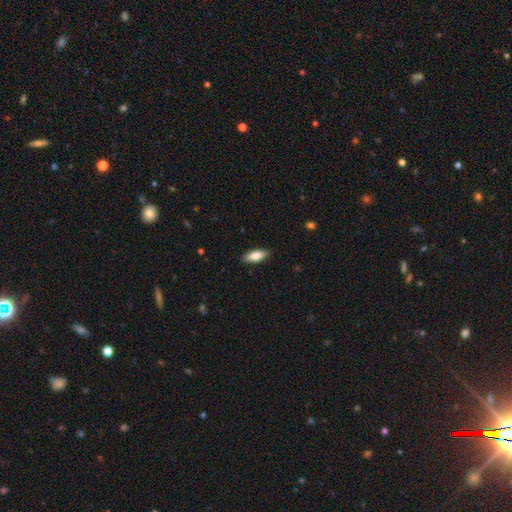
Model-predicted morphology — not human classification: type=smooth (82%); roundness=in between (74%); merging=none (88%).